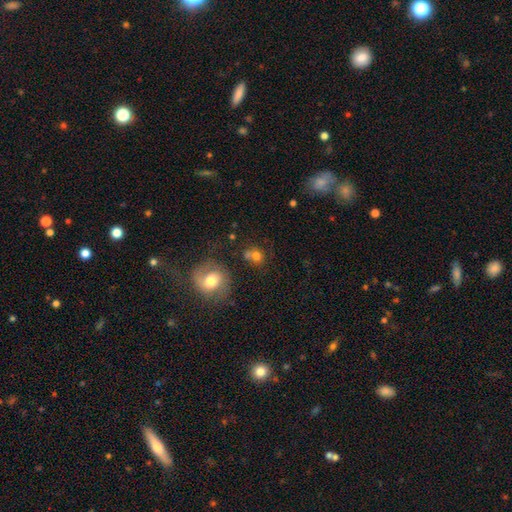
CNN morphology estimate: smooth_or_featured: smooth (p=0.73) [alt: featured or disk p=0.14]
how_rounded: round (p=0.74) [alt: in between p=0.25]
merging: none (p=0.50) [alt: merger p=0.29]